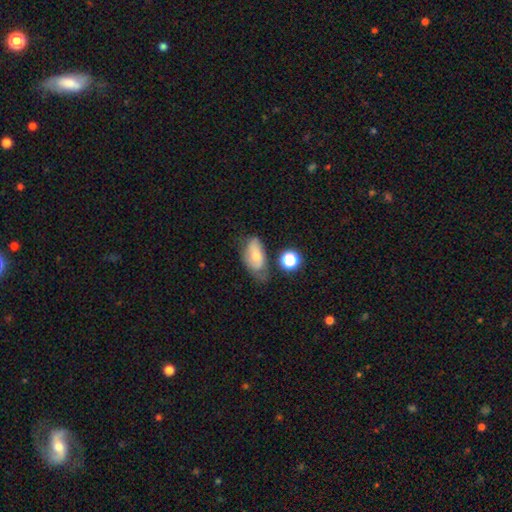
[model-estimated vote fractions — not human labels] The model was most divided on "merging": none: 45%, minor disturbance: 33%, major disturbance: 15%, merger: 7%. More confident: how rounded — in between (89%); smooth or featured — smooth (60%).